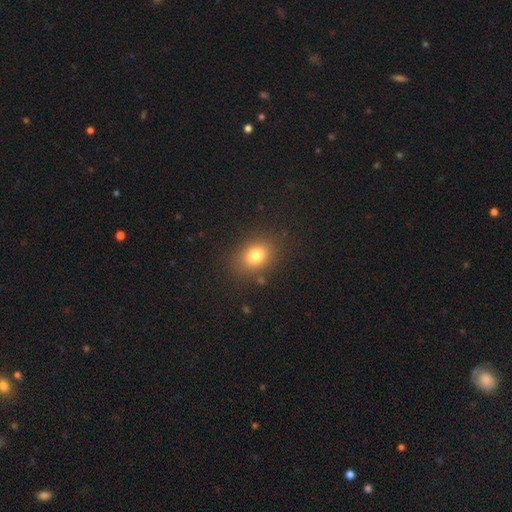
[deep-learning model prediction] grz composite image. It shows a smooth galaxy with no disk features (79%) that is in between round and cigar-shaped (61%). Merging: none (85%).